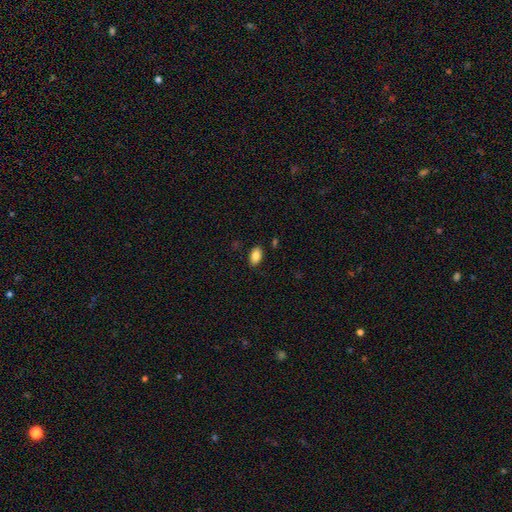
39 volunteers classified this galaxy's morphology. Q: Smooth or featured?
A: smooth (90%); runner-up: featured or disk (5%)
Q: How rounded?
A: in between (89%); runner-up: round (11%)
Q: Merging?
A: none (92%); runner-up: minor disturbance (5%)